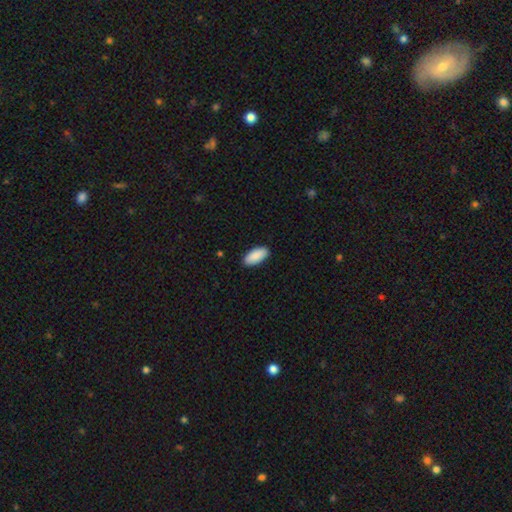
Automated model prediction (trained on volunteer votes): Smooth or featured? Predicted: smooth (p=0.91). How rounded? Predicted: in between (p=0.92). Merging? Predicted: none (p=0.89).